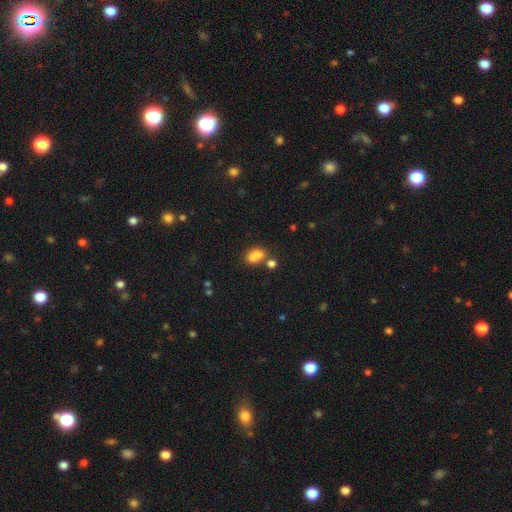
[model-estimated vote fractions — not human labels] smooth_or_featured: smooth (p=0.76) [alt: star or artifact p=0.13]
how_rounded: in between (p=0.70) [alt: round p=0.28]
merging: merger (p=0.48) [alt: none p=0.35]